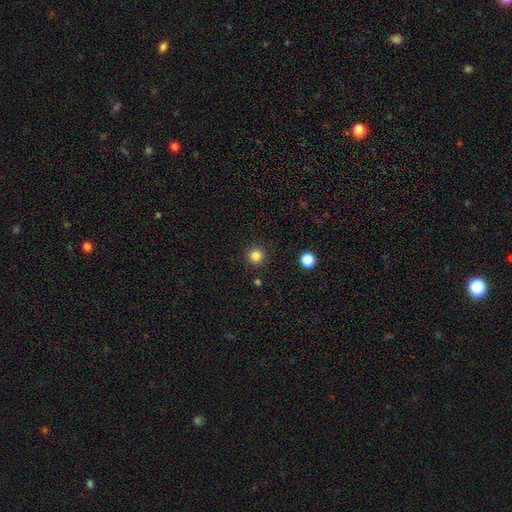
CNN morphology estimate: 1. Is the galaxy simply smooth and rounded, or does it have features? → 83% smooth, 12% star or artifact, 4% featured or disk.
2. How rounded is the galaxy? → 95% round, 4% in between, 1% cigar-shaped.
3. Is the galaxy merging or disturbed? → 92% none, 5% minor disturbance, 2% major disturbance, 2% merger.